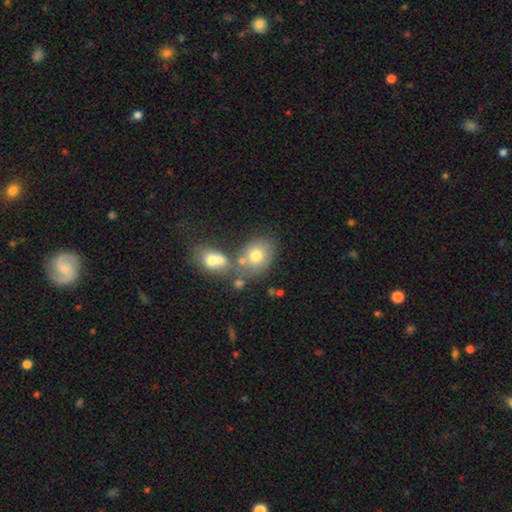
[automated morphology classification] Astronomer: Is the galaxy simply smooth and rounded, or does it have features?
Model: smooth — 71%.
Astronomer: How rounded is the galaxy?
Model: in between — 55% (runner-up: round, 44%).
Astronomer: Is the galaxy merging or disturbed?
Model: none — 49% (runner-up: merger, 31%).